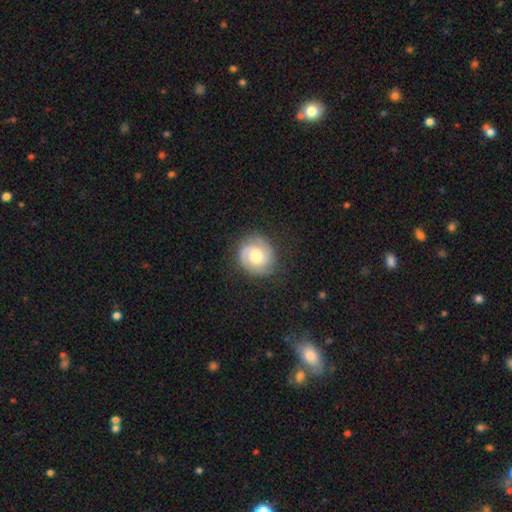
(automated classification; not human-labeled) featured or disk 66%, smooth 28%, star or artifact 7%. Down the decision tree: edge-on disk — no (98%); bar — no (71%); spiral arms — yes (89%); spiral arm count — 2 (66%); spiral winding — tight (56%); bulge size — moderate (62%); merging — none (78%).